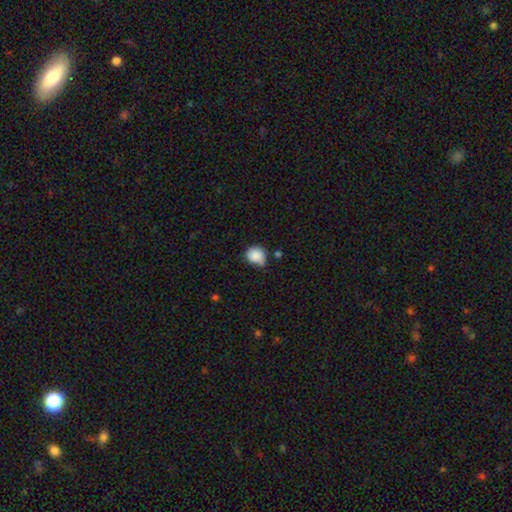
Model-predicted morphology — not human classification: This is clearly a smooth galaxy (86%). How rounded: likely round (79%). Merging: possibly none (45%).